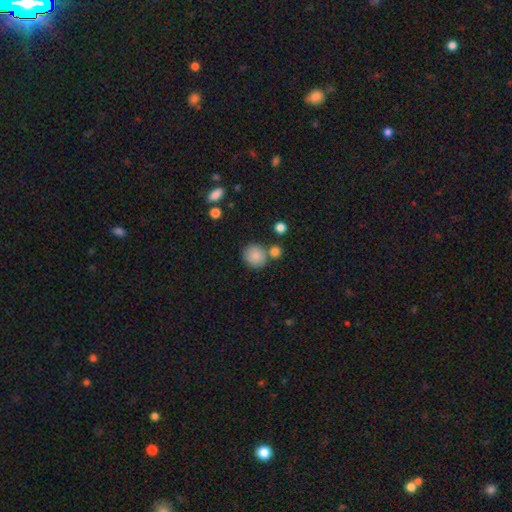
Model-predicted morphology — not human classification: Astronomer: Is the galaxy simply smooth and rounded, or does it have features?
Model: smooth — 83%.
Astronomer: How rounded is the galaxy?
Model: round — 83%.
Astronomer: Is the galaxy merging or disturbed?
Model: none — 67%.